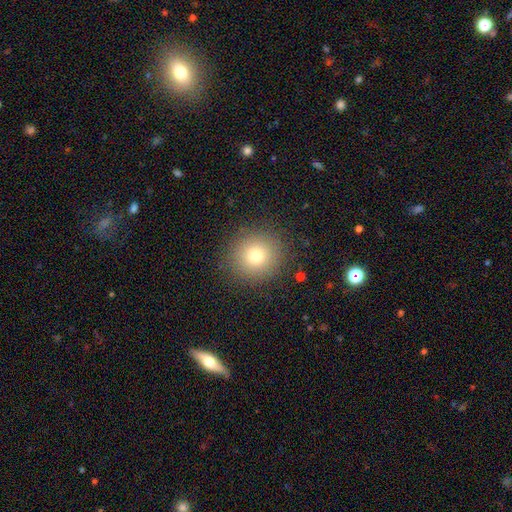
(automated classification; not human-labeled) Smooth or featured? Predicted: smooth (p=0.75). How rounded? Predicted: round (p=0.93). Merging? Predicted: none (p=0.89).